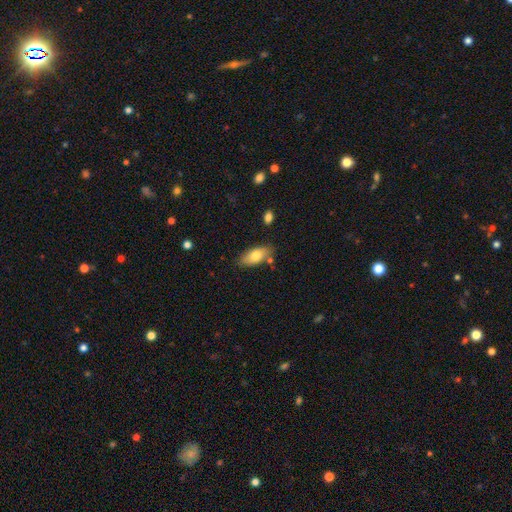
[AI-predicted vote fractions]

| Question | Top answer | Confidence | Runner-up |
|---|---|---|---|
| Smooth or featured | smooth | 77% | featured or disk (16%) |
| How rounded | in between | 88% | cigar-shaped (9%) |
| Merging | none | 78% | minor disturbance (15%) |